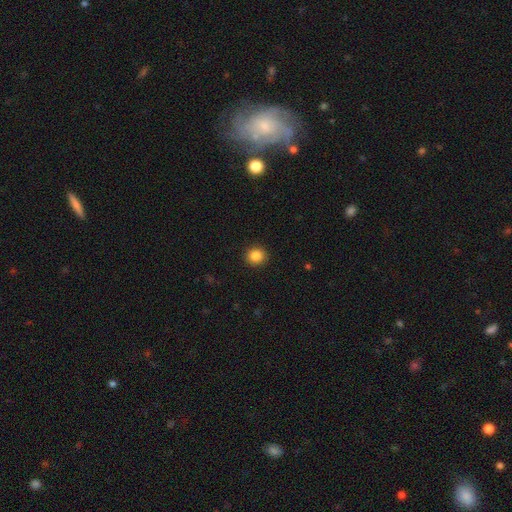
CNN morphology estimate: type=smooth (86%); roundness=round (89%); merging=none (92%).